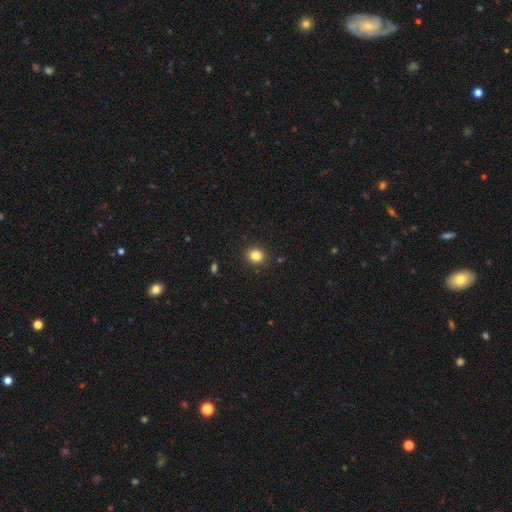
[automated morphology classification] Q: Smooth or featured?
A: smooth (83%); runner-up: star or artifact (11%)
Q: How rounded?
A: round (76%); runner-up: in between (23%)
Q: Merging?
A: none (90%); runner-up: minor disturbance (6%)